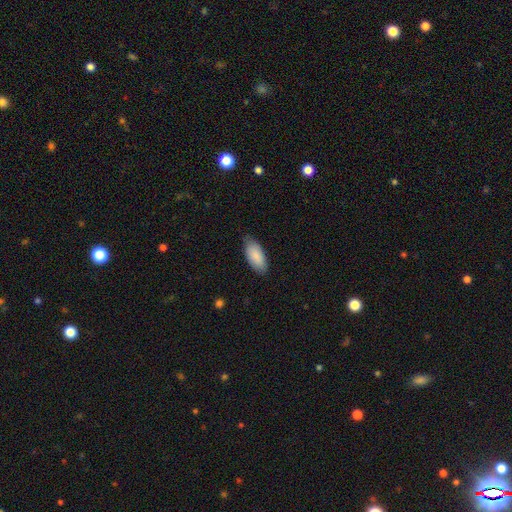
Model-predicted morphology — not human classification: Smooth or featured? smooth (87%)
How rounded? in between (89%)
Merging? none (77%)